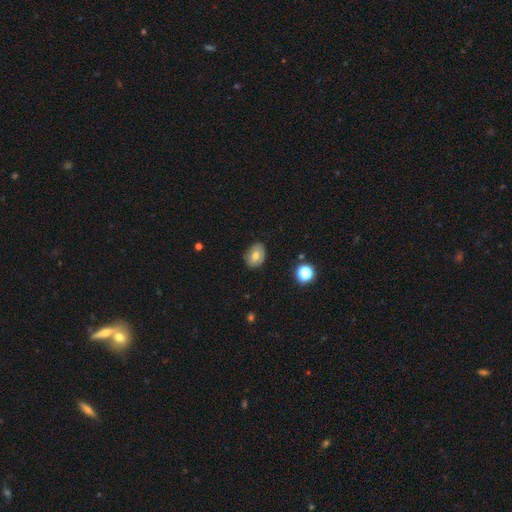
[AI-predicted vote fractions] smooth 63%, featured or disk 26%, star or artifact 11%. Down the decision tree: how rounded — in between (65%); merging — none (78%).